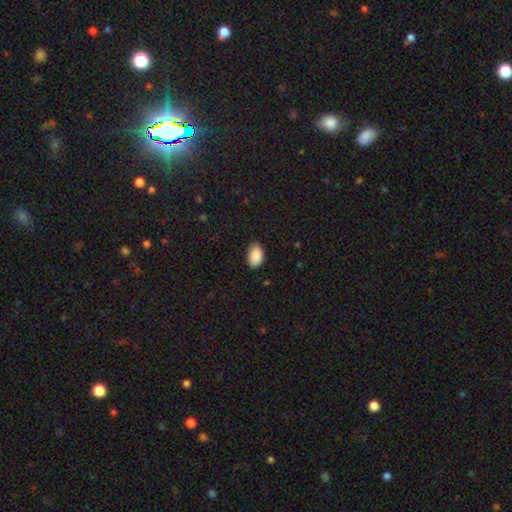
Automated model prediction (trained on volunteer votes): A smooth galaxy with no disk features (90%) that is in between round and cigar-shaped (90%). Merging: none (84%).